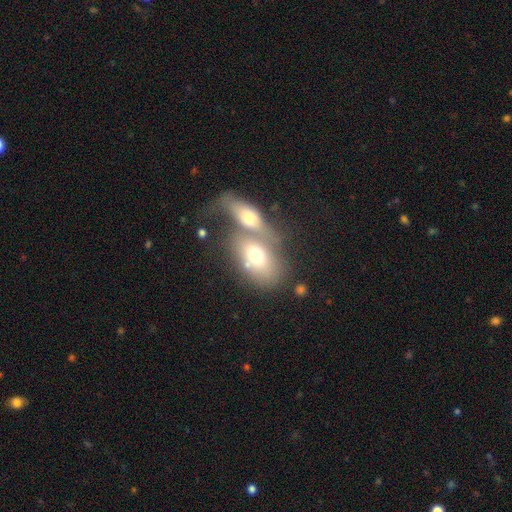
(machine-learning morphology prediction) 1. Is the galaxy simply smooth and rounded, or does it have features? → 66% smooth, 26% featured or disk, 8% star or artifact.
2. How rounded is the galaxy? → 81% in between, 15% round, 3% cigar-shaped.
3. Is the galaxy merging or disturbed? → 55% merger, 28% none, 9% minor disturbance, 8% major disturbance.